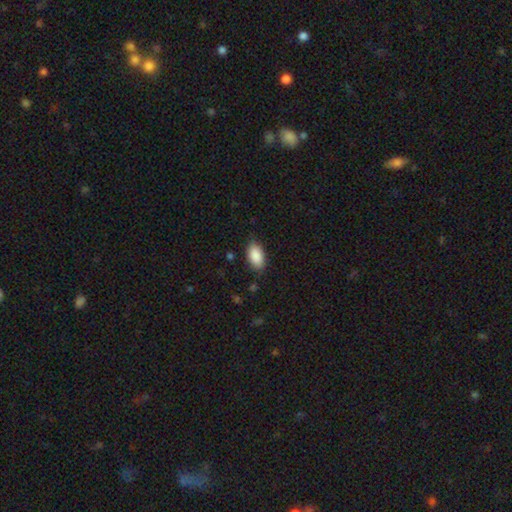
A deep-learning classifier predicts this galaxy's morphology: Smooth or featured? Predicted: smooth (p=0.90). How rounded? Predicted: in between (p=0.94). Merging? Predicted: none (p=0.84).